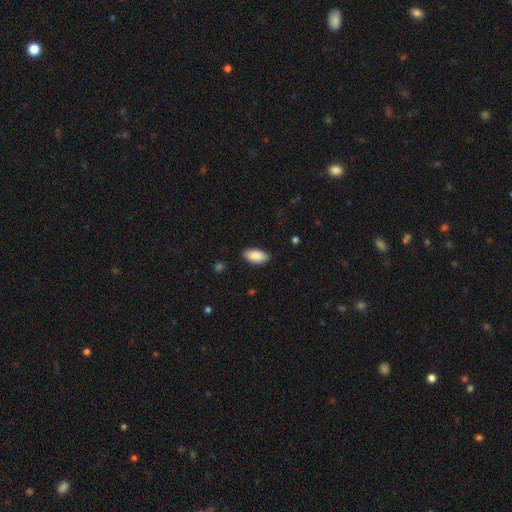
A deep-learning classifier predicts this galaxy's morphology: Smooth or featured?
  - smooth: 89% *
  - star or artifact: 6%
  - featured or disk: 5%
How rounded?
  - in between: 93% *
  - cigar-shaped: 5%
  - round: 2%
Merging?
  - none: 86% *
  - minor disturbance: 10%
  - major disturbance: 2%
  - merger: 1%